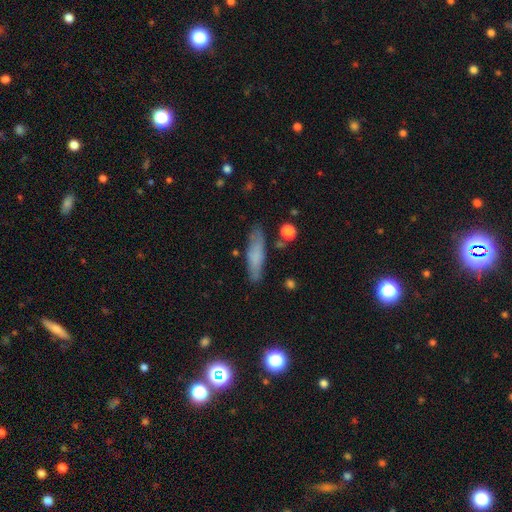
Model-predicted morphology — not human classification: smooth_or_featured: smooth (p=0.71) [alt: featured or disk p=0.21]
how_rounded: cigar-shaped (p=0.69) [alt: in between p=0.29]
merging: none (p=0.79) [alt: minor disturbance p=0.15]